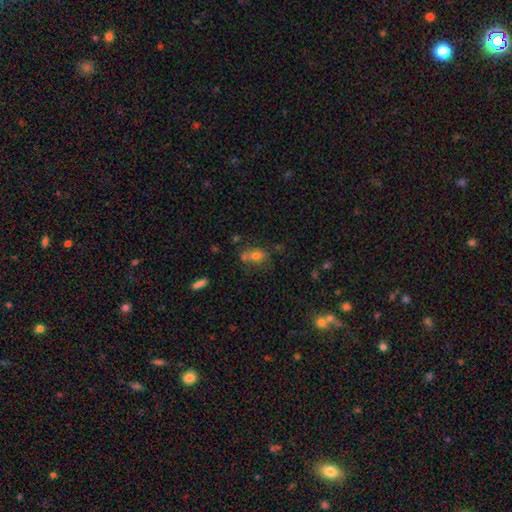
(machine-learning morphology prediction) A smooth galaxy with no disk features (72%) that is in between round and cigar-shaped (68%). Merging: none (44%).